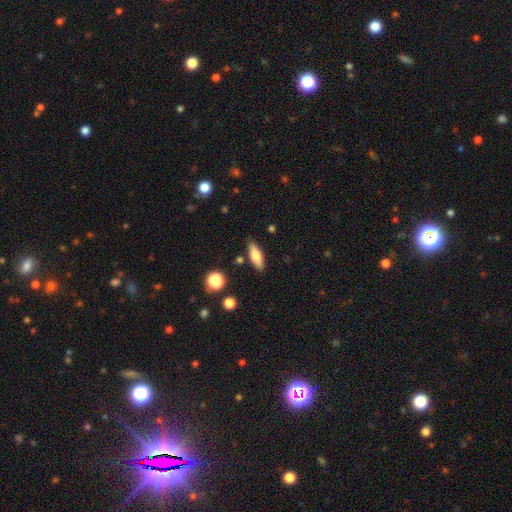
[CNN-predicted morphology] A smooth galaxy with no disk features (68%) that is in between round and cigar-shaped (59%).

Vote fractions:
- Smooth or featured? smooth: 68% / featured or disk: 25% / star or artifact: 7%
- How rounded? in between: 59% / cigar-shaped: 38% / round: 3%
- Merging? none: 84% / minor disturbance: 10% / merger: 3% / major disturbance: 2%